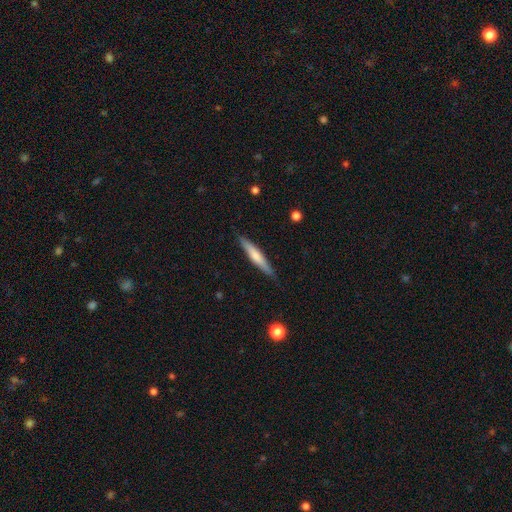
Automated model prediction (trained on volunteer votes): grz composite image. It shows a smooth galaxy with no disk features (58%) that is cigar-shaped (91%). Merging: none (87%).